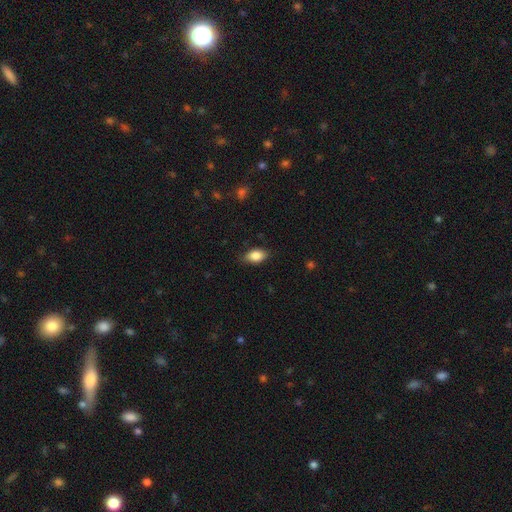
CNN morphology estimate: A smooth galaxy with no disk features (85%) that is in between round and cigar-shaped (90%). Merging: none (82%).